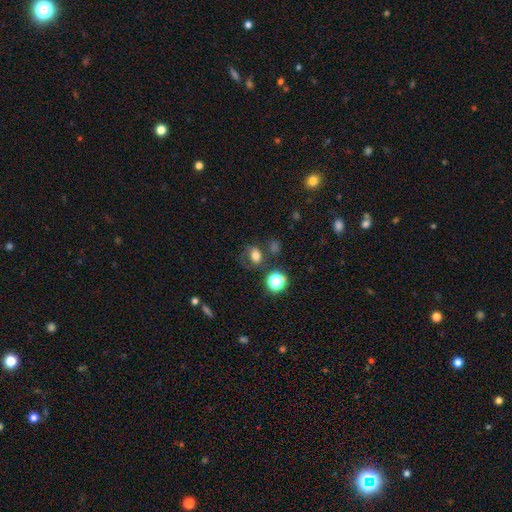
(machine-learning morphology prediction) Q: Smooth or featured?
A: smooth (66%); runner-up: star or artifact (18%)
Q: How rounded?
A: in between (53%); runner-up: round (46%)
Q: Merging?
A: none (57%); runner-up: minor disturbance (20%)